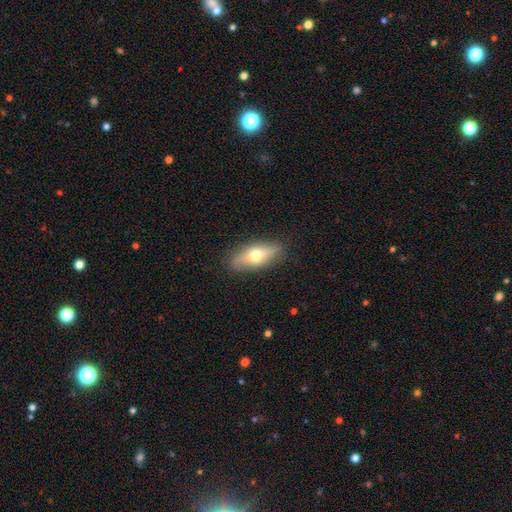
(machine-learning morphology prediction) This appears to be a smooth galaxy with no disk features (53%) that is in between round and cigar-shaped (69%). Merging: none (83%).